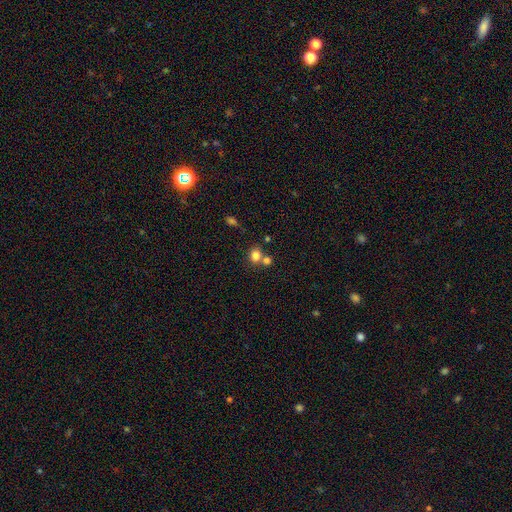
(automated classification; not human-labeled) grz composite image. It shows a smooth galaxy with no disk features (80%) that is round (71%). Merging: none (53%).